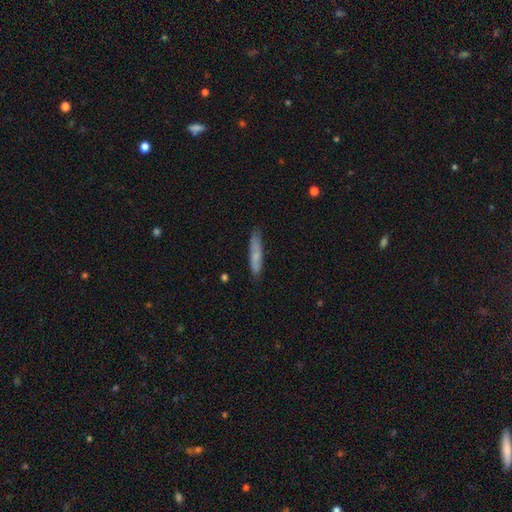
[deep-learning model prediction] Smooth or featured? smooth (72%)
How rounded? cigar-shaped (87%)
Merging? none (80%)